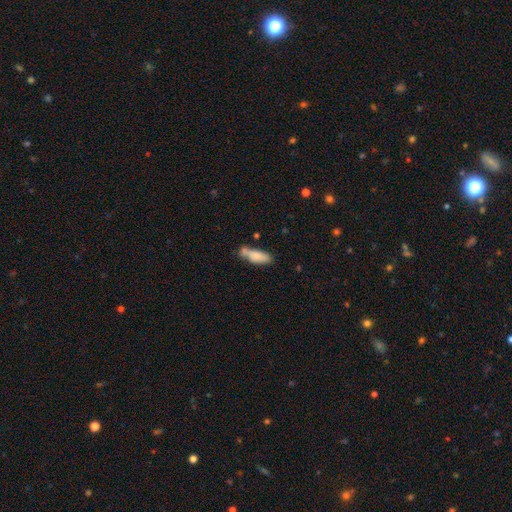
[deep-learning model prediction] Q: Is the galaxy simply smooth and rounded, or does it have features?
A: smooth — 79%.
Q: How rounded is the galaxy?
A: in between — 61%.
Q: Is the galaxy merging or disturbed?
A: none — 48%.